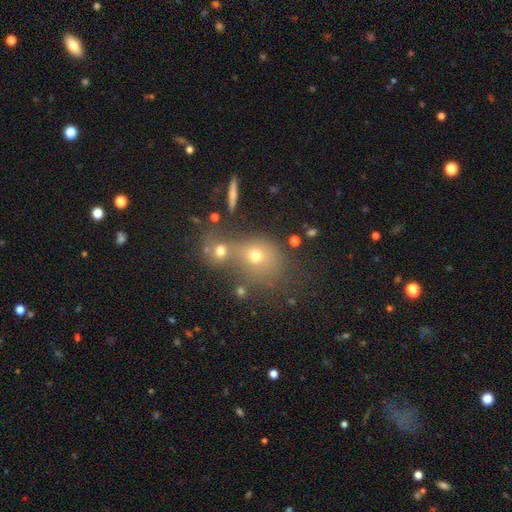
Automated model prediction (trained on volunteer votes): smooth_or_featured: smooth (p=0.65) [alt: star or artifact p=0.18]
how_rounded: round (p=0.67) [alt: in between p=0.31]
merging: merger (p=0.53) [alt: none p=0.31]